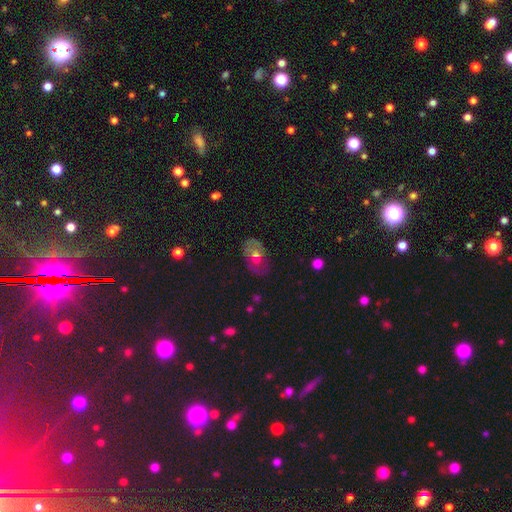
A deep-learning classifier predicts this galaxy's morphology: Smooth or featured?
  - featured or disk: 42% *
  - smooth: 41%
  - star or artifact: 17%
Merging?
  - none: 64% *
  - minor disturbance: 20%
  - major disturbance: 9%
  - merger: 7%